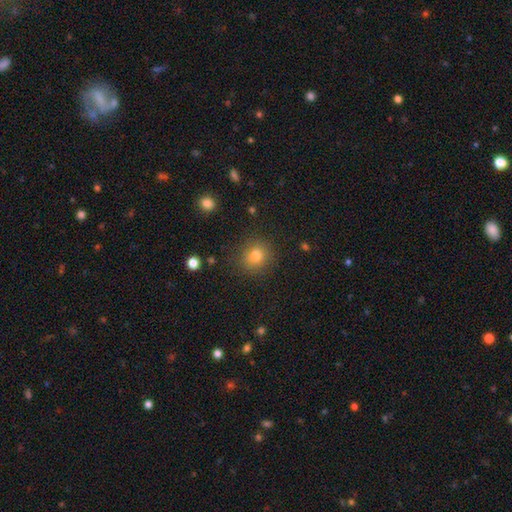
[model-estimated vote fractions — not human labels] Smooth or featured? Predicted: smooth (p=0.79). How rounded? Predicted: round (p=0.81). Merging? Predicted: none (p=0.85).